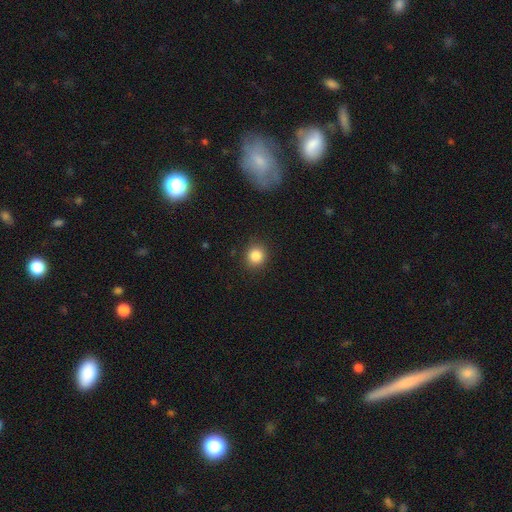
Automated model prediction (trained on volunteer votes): The model was most divided on "smooth or featured": smooth: 85%, star or artifact: 10%, featured or disk: 4%. More confident: merging — none (90%); how rounded — round (88%).